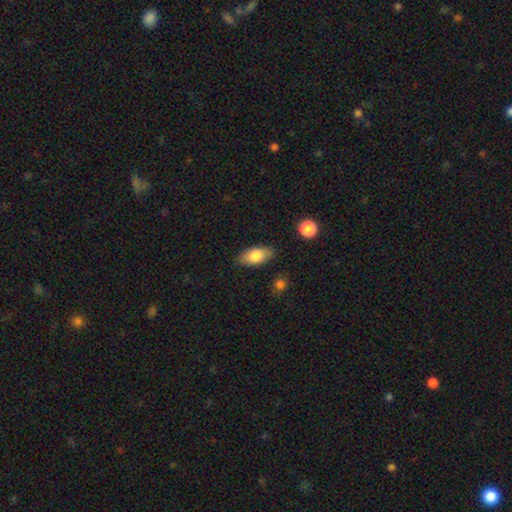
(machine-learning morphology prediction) smooth 78%, featured or disk 16%, star or artifact 7%. Down the decision tree: how rounded — in between (88%); merging — none (84%).